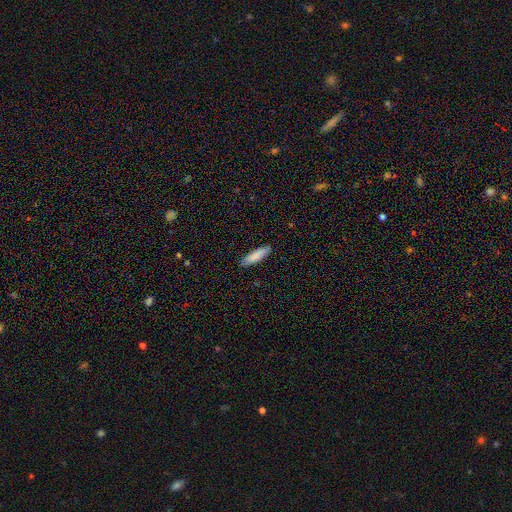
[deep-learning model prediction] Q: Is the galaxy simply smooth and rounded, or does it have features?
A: smooth — 85%.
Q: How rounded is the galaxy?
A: cigar-shaped — 68%.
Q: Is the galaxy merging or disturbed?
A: none — 88%.